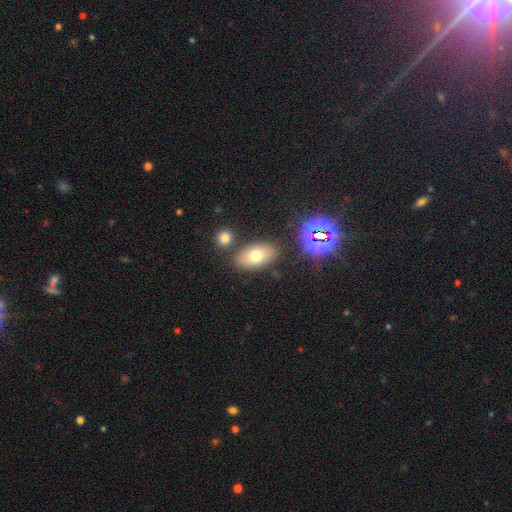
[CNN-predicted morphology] This is likely a smooth galaxy (71%). How rounded: clearly in between (90%). Merging: likely none (80%).